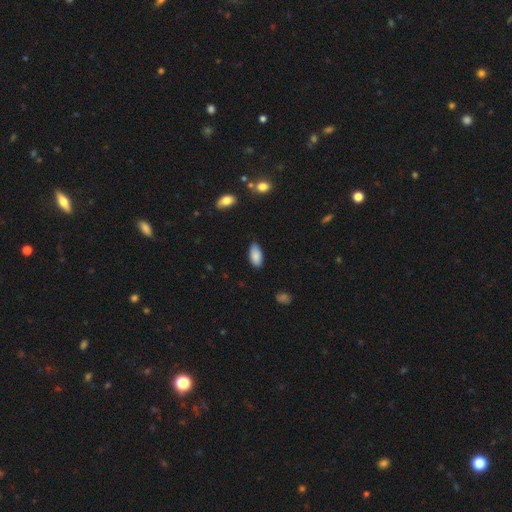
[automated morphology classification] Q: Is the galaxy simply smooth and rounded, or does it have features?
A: smooth — 88%.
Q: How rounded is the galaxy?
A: in between — 93%.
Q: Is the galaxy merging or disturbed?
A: none — 83%.